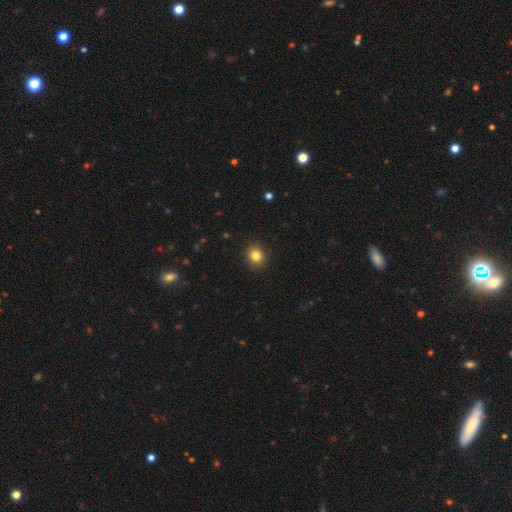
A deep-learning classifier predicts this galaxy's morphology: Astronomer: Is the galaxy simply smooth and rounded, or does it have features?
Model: smooth — 83%.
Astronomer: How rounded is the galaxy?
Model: round — 76%.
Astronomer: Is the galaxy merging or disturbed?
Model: none — 91%.